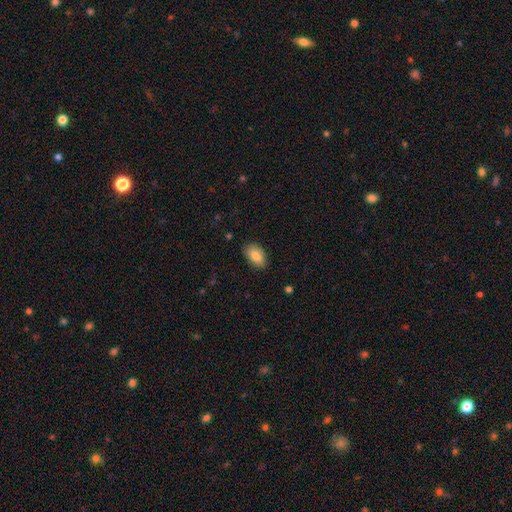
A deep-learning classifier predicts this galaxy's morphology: Smooth or featured? smooth (85%)
How rounded? in between (92%)
Merging? none (80%)